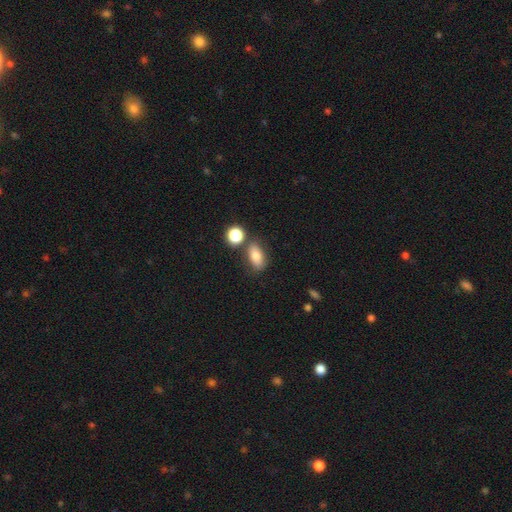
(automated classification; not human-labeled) Smooth or featured? smooth (79%)
How rounded? in between (81%)
Merging? none (71%)